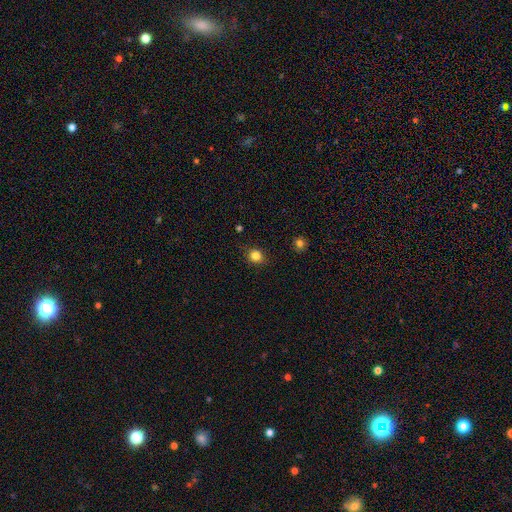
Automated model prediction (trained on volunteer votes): Q: Smooth or featured?
A: smooth (82%); runner-up: star or artifact (13%)
Q: How rounded?
A: round (78%); runner-up: in between (21%)
Q: Merging?
A: none (84%); runner-up: minor disturbance (12%)